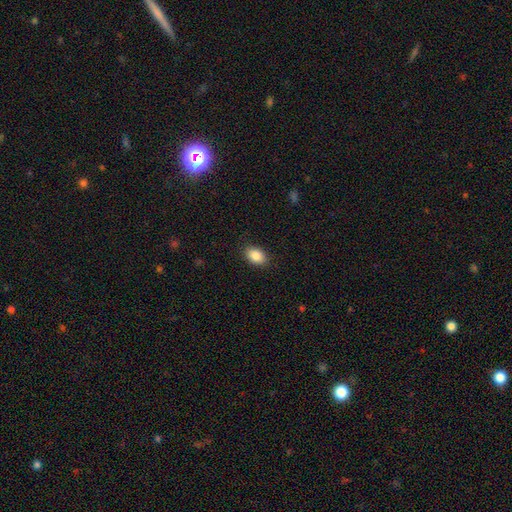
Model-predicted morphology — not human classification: type=smooth (86%); roundness=in between (79%); merging=none (88%).